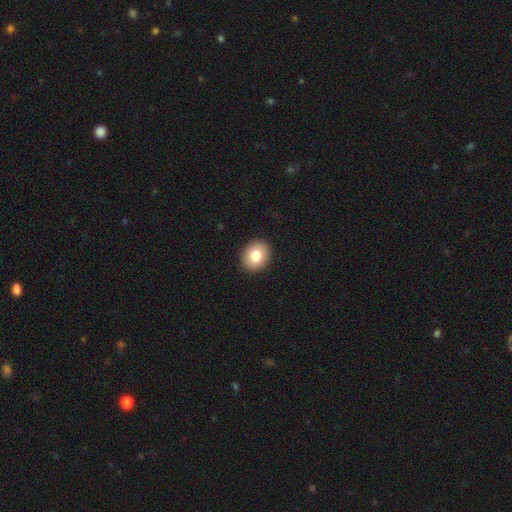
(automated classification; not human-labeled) A smooth galaxy with no disk features (81%) that is round (57%).

Vote fractions:
- Smooth or featured? smooth: 81% / featured or disk: 11% / star or artifact: 8%
- How rounded? round: 57% / in between: 42% / cigar-shaped: 1%
- Merging? none: 91% / minor disturbance: 6% / major disturbance: 2% / merger: 1%